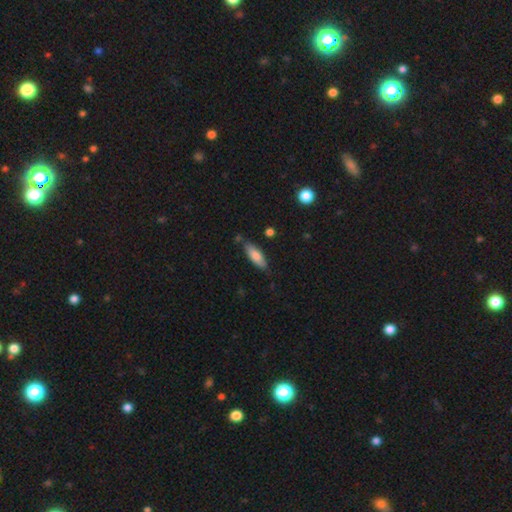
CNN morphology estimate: smooth 77%, featured or disk 17%, star or artifact 6%. Down the decision tree: how rounded — in between (60%); merging — none (75%).